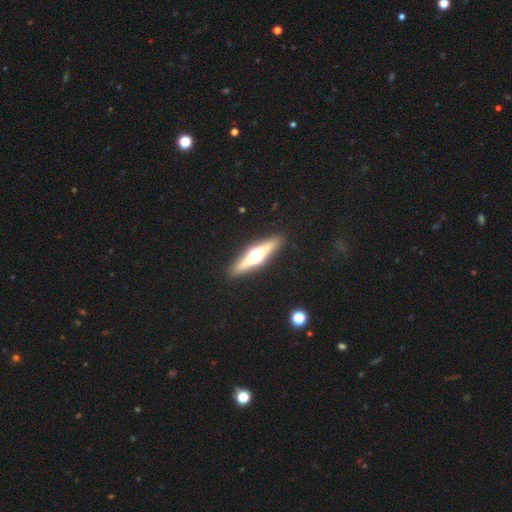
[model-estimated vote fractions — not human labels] The model was most divided on "smooth or featured": featured or disk: 69%, smooth: 25%, star or artifact: 6%. More confident: edge-on disk — yes (96%); edge-on bulge — rounded (96%); merging — none (90%).